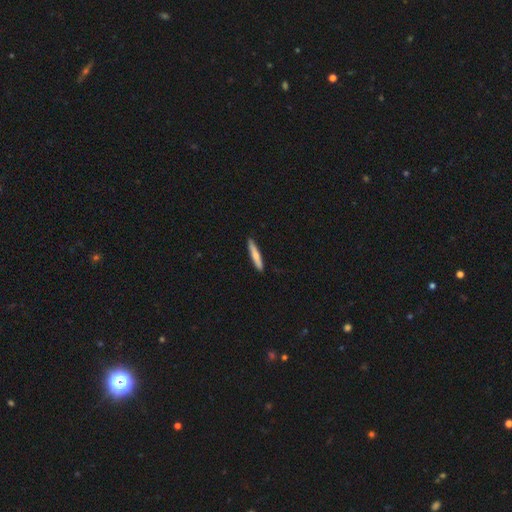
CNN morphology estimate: A smooth galaxy with no disk features (68%) that is cigar-shaped (92%). Merging: none (91%).